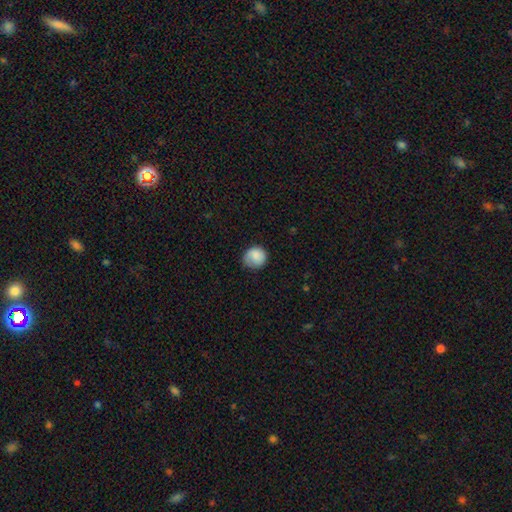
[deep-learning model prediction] A smooth galaxy with no disk features (84%) that is round (84%). Merging: none (71%).